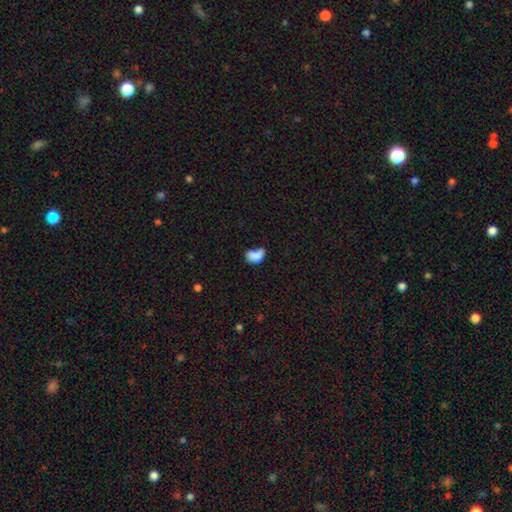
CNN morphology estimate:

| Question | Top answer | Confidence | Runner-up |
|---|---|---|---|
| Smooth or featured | smooth | 80% | featured or disk (11%) |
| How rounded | in between | 83% | round (15%) |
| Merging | minor disturbance | 32% | none (30%) |